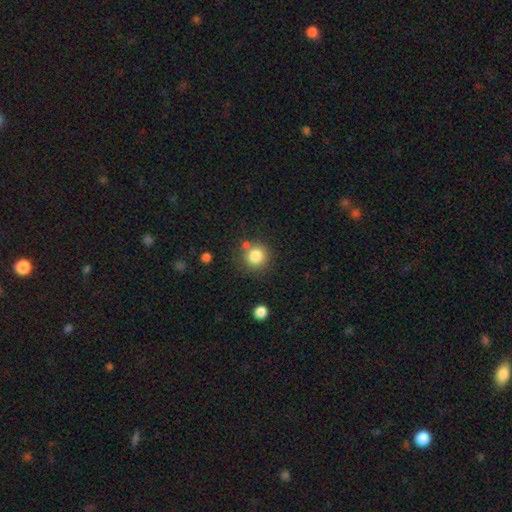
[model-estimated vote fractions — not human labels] This is clearly a smooth galaxy (83%). How rounded: clearly round (91%). Merging: likely none (73%).